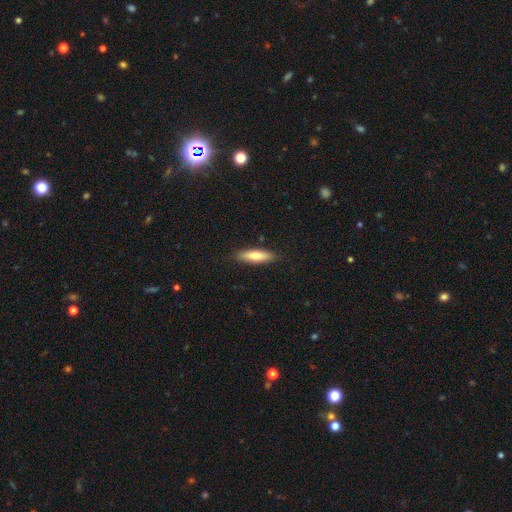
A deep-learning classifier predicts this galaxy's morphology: A smooth galaxy with no disk features (74%) that is cigar-shaped (62%). Merging: none (88%).